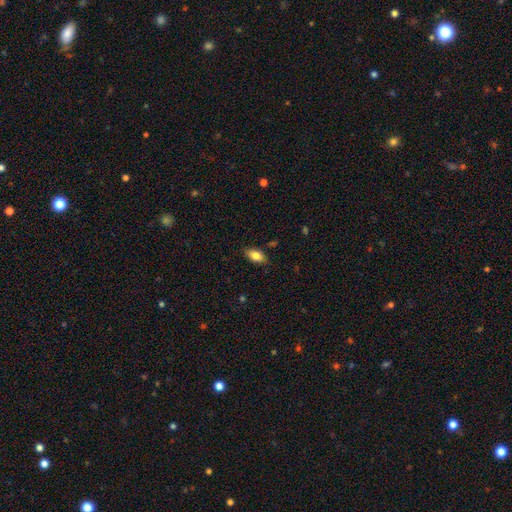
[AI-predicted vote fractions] Smooth or featured: smooth — 81% (featured or disk — 12%)
How rounded: in between — 89% (cigar-shaped — 6%)
Merging: none — 83% (minor disturbance — 13%)